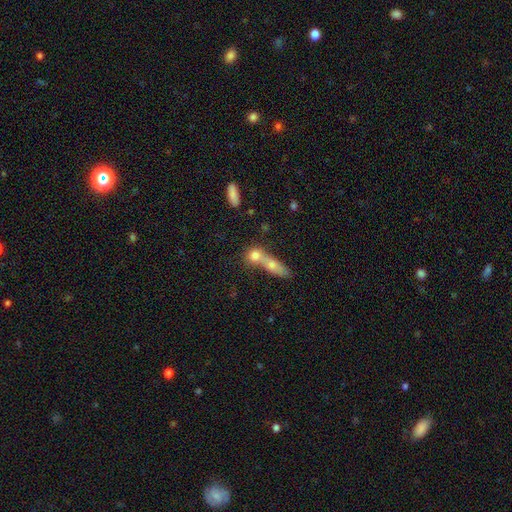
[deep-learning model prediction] Morphology: type=smooth (73%); roundness=round (50%); merging=merger (63%).